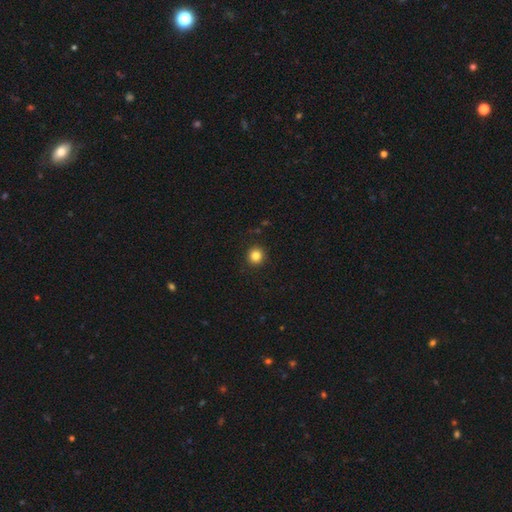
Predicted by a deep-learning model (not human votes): A smooth galaxy with no disk features (83%) that is round (94%). Merging: none (92%).